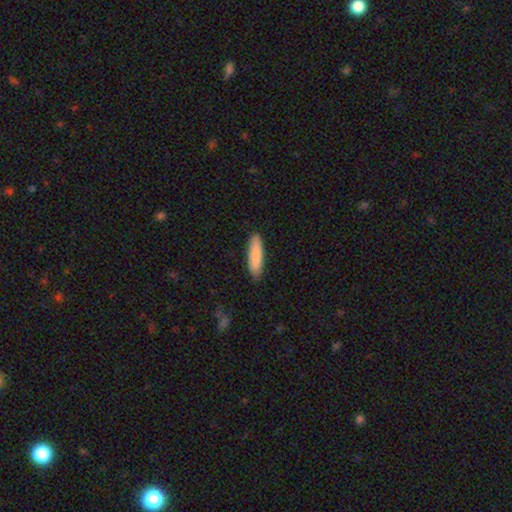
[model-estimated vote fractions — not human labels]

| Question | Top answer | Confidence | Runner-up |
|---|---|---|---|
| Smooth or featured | smooth | 86% | featured or disk (8%) |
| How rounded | cigar-shaped | 75% | in between (24%) |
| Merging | none | 88% | minor disturbance (9%) |